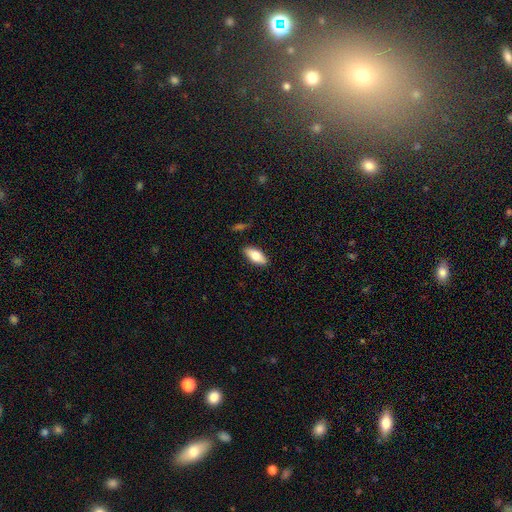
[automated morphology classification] smooth 74%, featured or disk 20%, star or artifact 6%. Down the decision tree: how rounded — in between (84%); merging — none (88%).